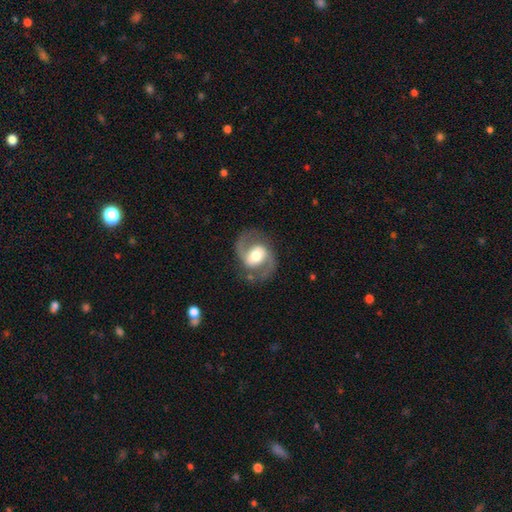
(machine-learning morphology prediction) Smooth or featured? Predicted: featured or disk (p=0.85). Edge-on disk? Predicted: no (p=0.98). Bar? Predicted: weak (p=0.40). Spiral arms? Predicted: yes (p=0.94). Spiral winding? Predicted: medium (p=0.58). Spiral arm count? Predicted: 2 (p=0.93). Bulge size? Predicted: moderate (p=0.62). Merging? Predicted: none (p=0.79).